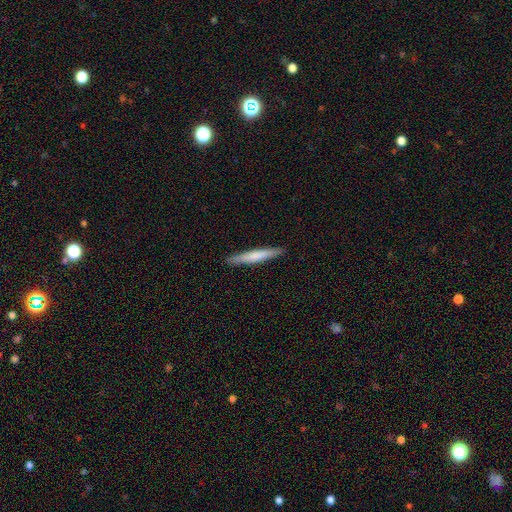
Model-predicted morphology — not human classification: smooth 64%, featured or disk 31%, star or artifact 5%. Down the decision tree: how rounded — cigar-shaped (95%); merging — none (90%).